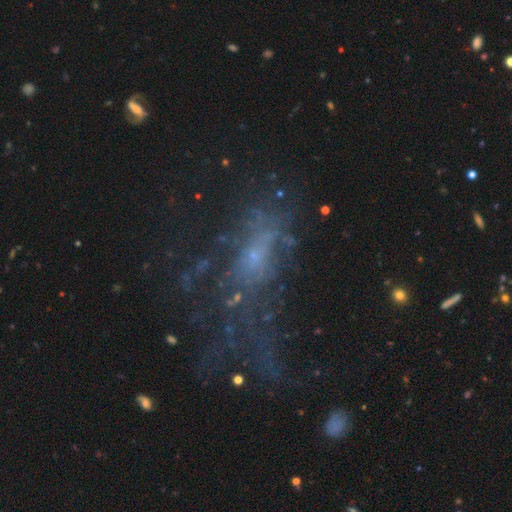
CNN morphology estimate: A featured or disk galaxy (49%). Merging: major disturbance (41%).